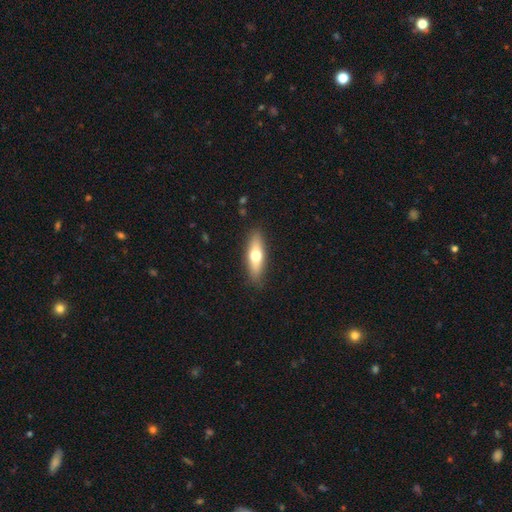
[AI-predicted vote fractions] Overall: smooth (60%; featured or disk 35%). How rounded: cigar-shaped (55%; in between 42%). Merging: none (88%).